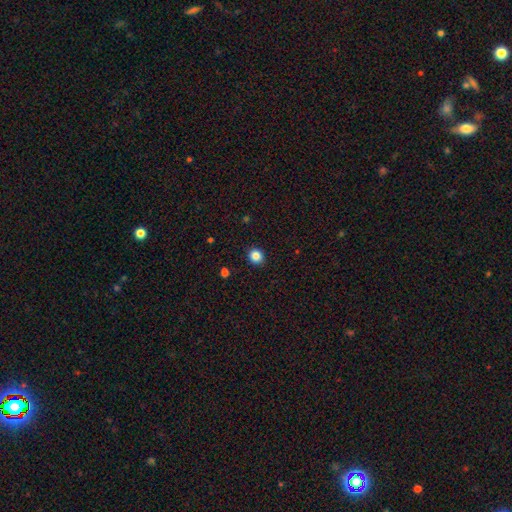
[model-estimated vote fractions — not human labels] A smooth galaxy with no disk features (85%) that is round (82%). Merging: none (92%).